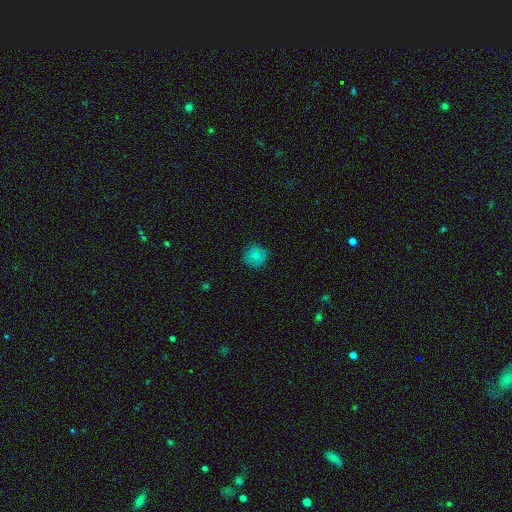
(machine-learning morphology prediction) This appears to be a smooth galaxy with no disk features (78%) that is round (93%). Merging: none (86%).